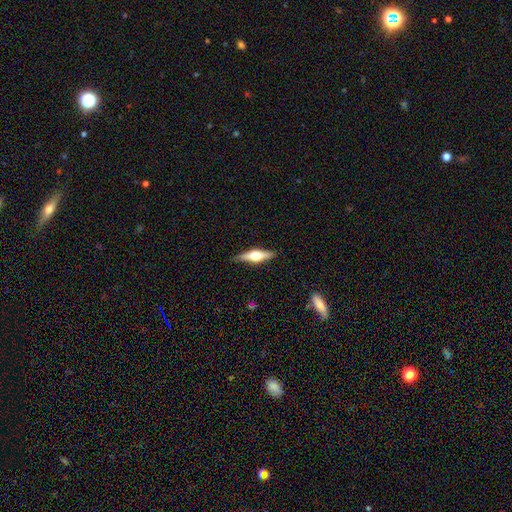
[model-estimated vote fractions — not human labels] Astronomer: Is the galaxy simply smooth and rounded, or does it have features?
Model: featured or disk — 65%.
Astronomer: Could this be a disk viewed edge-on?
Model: yes — 97%.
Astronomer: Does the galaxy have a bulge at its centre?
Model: rounded — 92%.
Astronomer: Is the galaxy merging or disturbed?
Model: none — 87%.